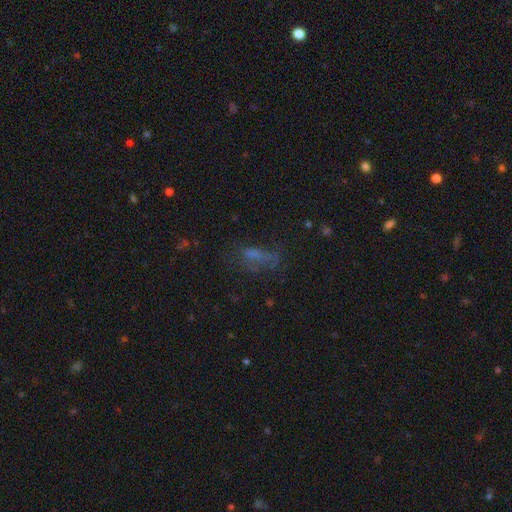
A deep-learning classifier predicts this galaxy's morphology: Overall: smooth (51%; star or artifact 25%). How rounded: in between (63%; cigar-shaped 31%). Merging: none (43%; major disturbance 30%).